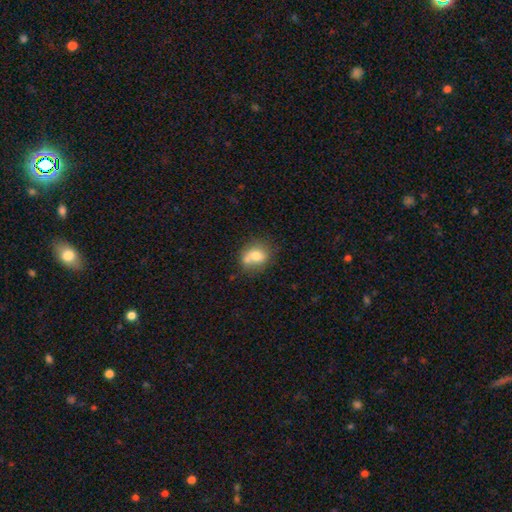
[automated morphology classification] Smooth or featured? smooth (71%)
How rounded? round (62%)
Merging? none (48%)